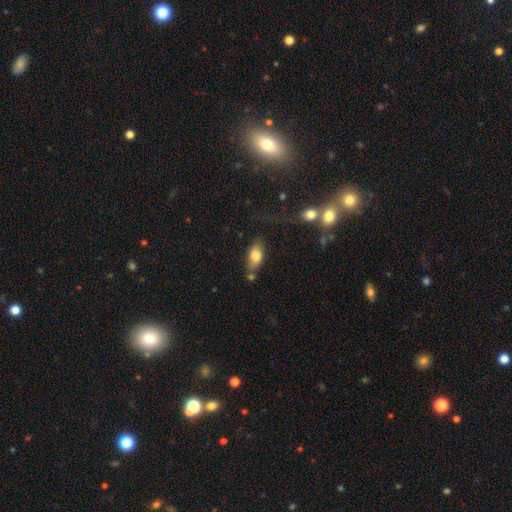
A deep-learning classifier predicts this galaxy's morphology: A smooth galaxy with no disk features (79%) that is in between round and cigar-shaped (88%). Merging: none (61%).